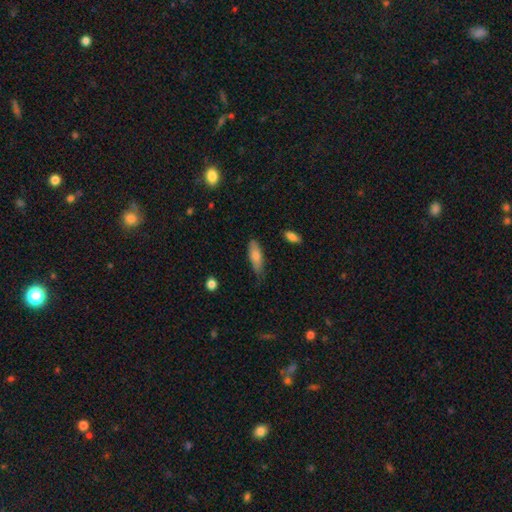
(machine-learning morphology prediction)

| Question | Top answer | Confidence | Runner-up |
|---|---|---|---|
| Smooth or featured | smooth | 75% | featured or disk (19%) |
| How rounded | in between | 58% | cigar-shaped (40%) |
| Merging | none | 64% | minor disturbance (29%) |